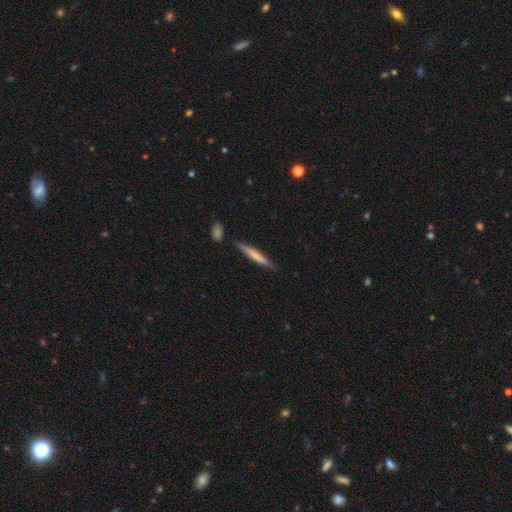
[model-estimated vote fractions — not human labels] A smooth galaxy with no disk features (63%) that is cigar-shaped (94%).

Vote fractions:
- Smooth or featured? smooth: 63% / featured or disk: 31% / star or artifact: 5%
- How rounded? cigar-shaped: 94% / in between: 5% / round: 1%
- Merging? none: 81% / minor disturbance: 12% / merger: 5% / major disturbance: 2%